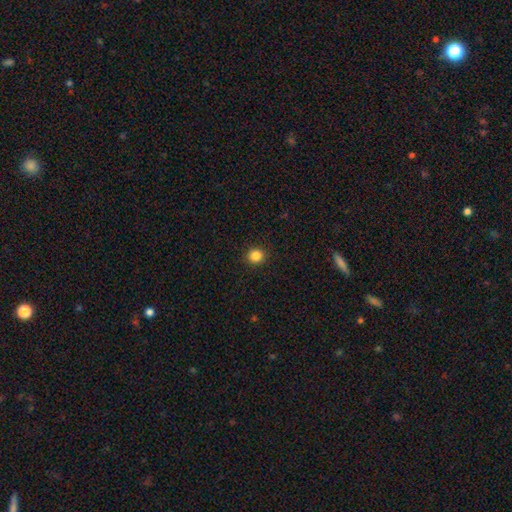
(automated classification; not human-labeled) The model was most divided on "smooth or featured": smooth: 85%, star or artifact: 12%, featured or disk: 4%. More confident: merging — none (92%); how rounded — round (88%).